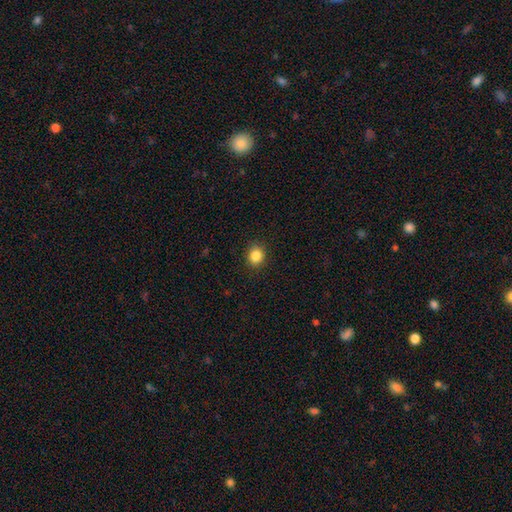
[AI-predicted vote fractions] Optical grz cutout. It shows a smooth galaxy with no disk features (85%) that is round (72%). Merging: none (90%).